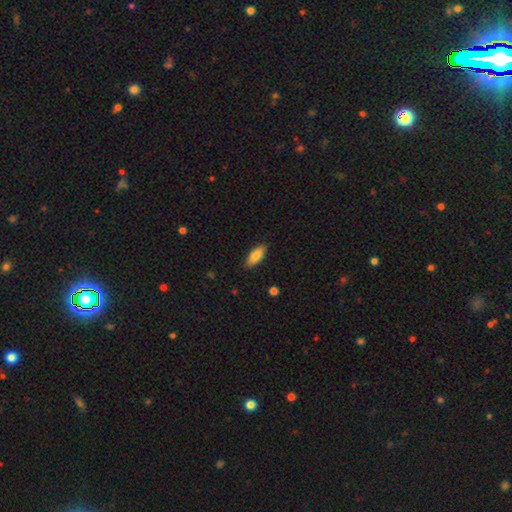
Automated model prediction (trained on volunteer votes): Overall: smooth (81%). How rounded: in between (81%). Merging: none (86%).